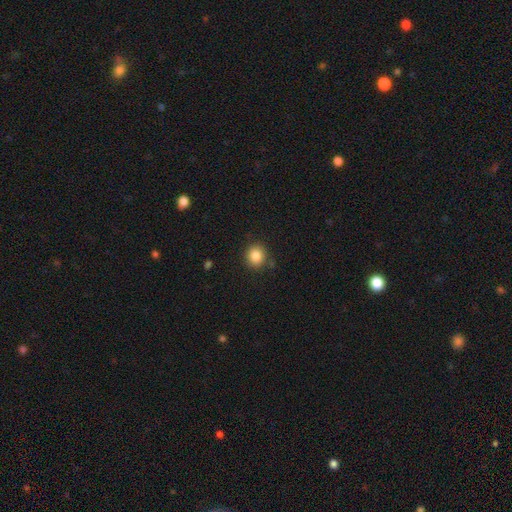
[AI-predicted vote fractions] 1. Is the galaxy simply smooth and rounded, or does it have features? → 86% smooth, 10% star or artifact, 4% featured or disk.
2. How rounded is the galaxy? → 85% round, 14% in between, 1% cigar-shaped.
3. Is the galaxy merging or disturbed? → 86% none, 9% minor disturbance, 3% major disturbance, 2% merger.